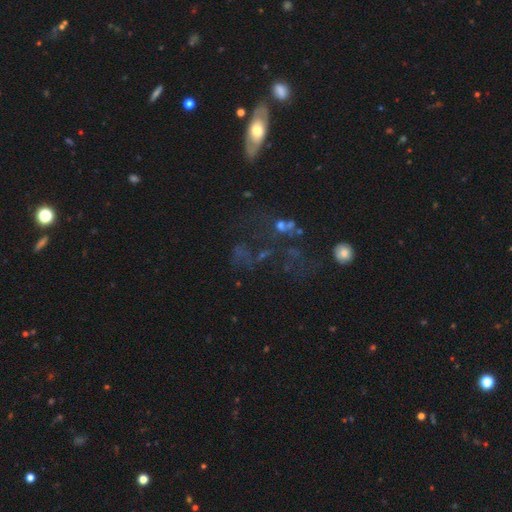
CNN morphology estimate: The model was most divided on "smooth or featured": star or artifact: 43%, featured or disk: 31%, smooth: 26%.